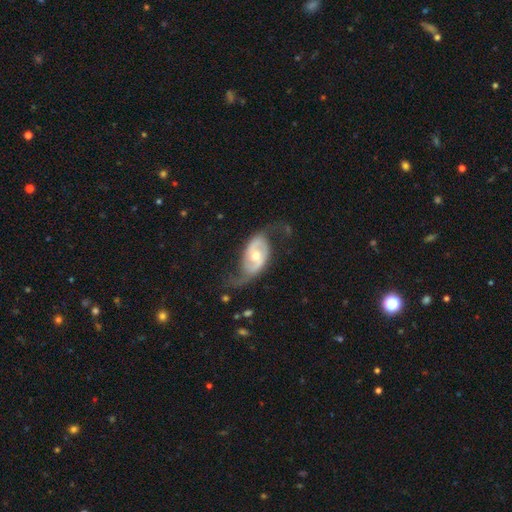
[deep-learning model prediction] smooth-or-featured: featured or disk: 81% | smooth: 14% | star or artifact: 5%
  disk-edge-on: no: 95% | yes: 5%
    bar: no: 56% | weak: 32% | strong: 12%
    has-spiral-arms: yes: 89% | no: 11%
      spiral-winding: loose: 56% | medium: 31% | tight: 13%
      spiral-arm-count: 2: 86% | can't tell: 6% | 1: 5% | 3: 1% | 4: 1% | more than 4: 1%
    bulge-size: moderate: 68% | small: 26% | large: 5% | none: 1% | dominant: 1%
  merging: none: 53% | major disturbance: 23% | minor disturbance: 22% | merger: 2%